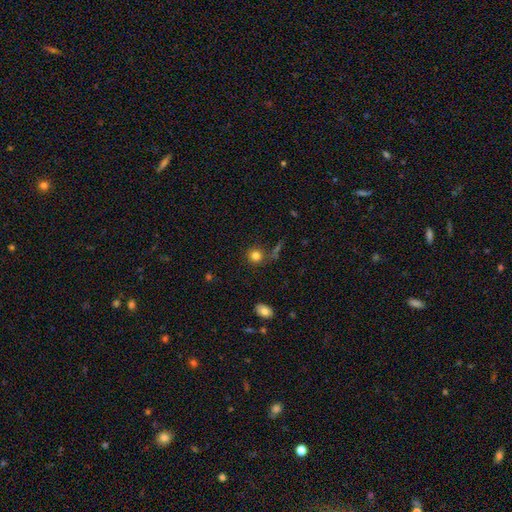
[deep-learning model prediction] smooth 81%, star or artifact 12%, featured or disk 7%. Down the decision tree: how rounded — round (87%); merging — none (77%).